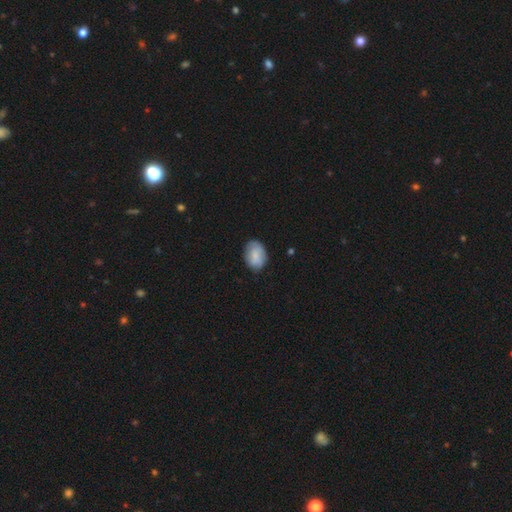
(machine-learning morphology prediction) smooth 76%, featured or disk 17%, star or artifact 7%. Down the decision tree: how rounded — in between (77%); merging — none (73%).